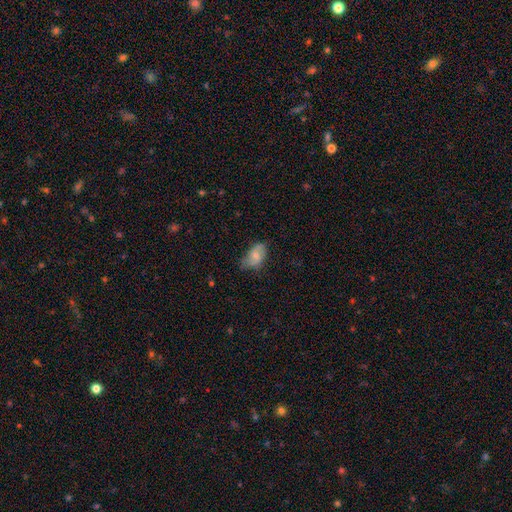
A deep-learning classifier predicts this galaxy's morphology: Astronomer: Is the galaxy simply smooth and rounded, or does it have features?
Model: smooth — 64%.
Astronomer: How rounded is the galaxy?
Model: in between — 91%.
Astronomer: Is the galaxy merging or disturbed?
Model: none — 49% (runner-up: minor disturbance, 39%).